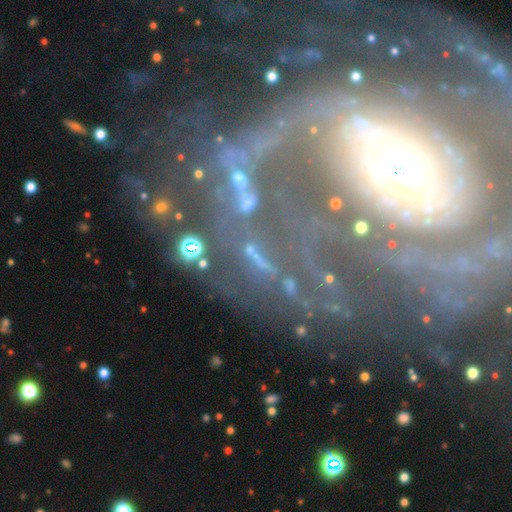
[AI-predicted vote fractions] A featured or disk galaxy (65%) with no bar (44%), spiral arms (76%) and a small central bulge (37%).

Vote fractions:
- Smooth or featured? featured or disk: 65% / star or artifact: 23% / smooth: 12%
- Edge-on disk? no: 93% / yes: 7%
- Bar? no: 44% / strong: 30% / weak: 26%
- Spiral arms? yes: 76% / no: 24%
- Bulge size? small: 37% / moderate: 34% / none: 14% / large: 10% / dominant: 4%
- Merging? none: 54% / major disturbance: 21% / minor disturbance: 16% / merger: 9%